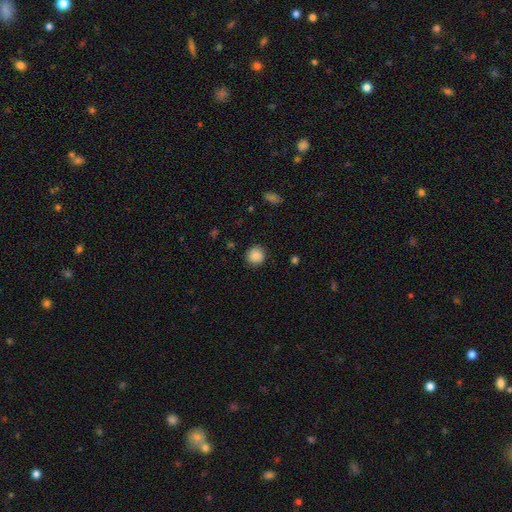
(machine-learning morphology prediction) This is clearly a smooth galaxy (87%). How rounded: clearly round (92%). Merging: clearly none (89%).